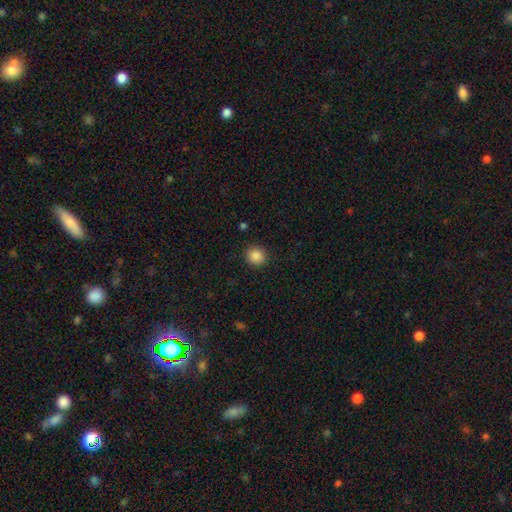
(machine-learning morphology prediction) A smooth galaxy with no disk features (87%) that is round (90%). Merging: none (91%).